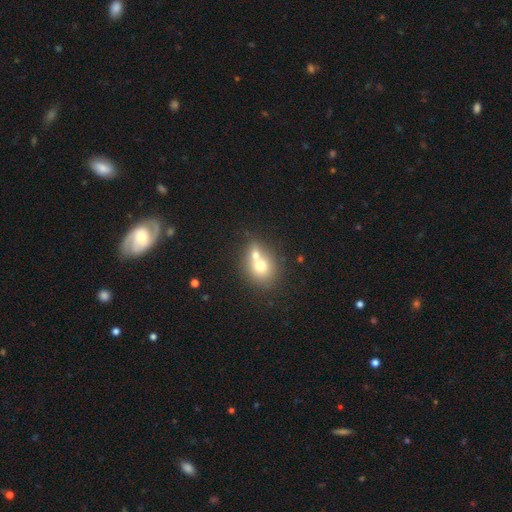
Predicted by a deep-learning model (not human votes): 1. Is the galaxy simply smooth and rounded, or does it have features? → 68% smooth, 22% featured or disk, 10% star or artifact.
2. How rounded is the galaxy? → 67% round, 32% in between, 1% cigar-shaped.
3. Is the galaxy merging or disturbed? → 62% merger, 28% none, 7% minor disturbance, 3% major disturbance.